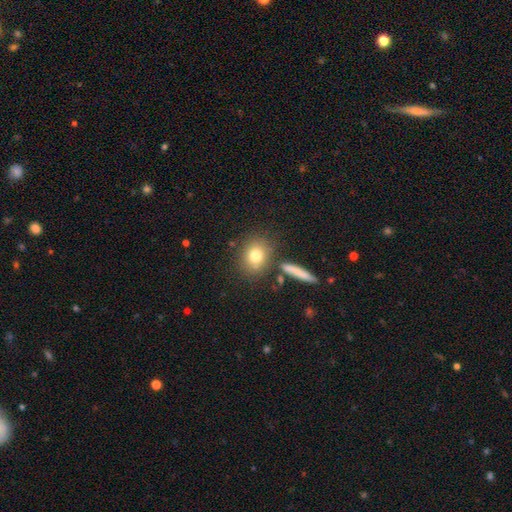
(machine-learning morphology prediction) Q: Smooth or featured?
A: smooth (77%); runner-up: featured or disk (12%)
Q: How rounded?
A: round (68%); runner-up: in between (29%)
Q: Merging?
A: none (75%); runner-up: minor disturbance (11%)